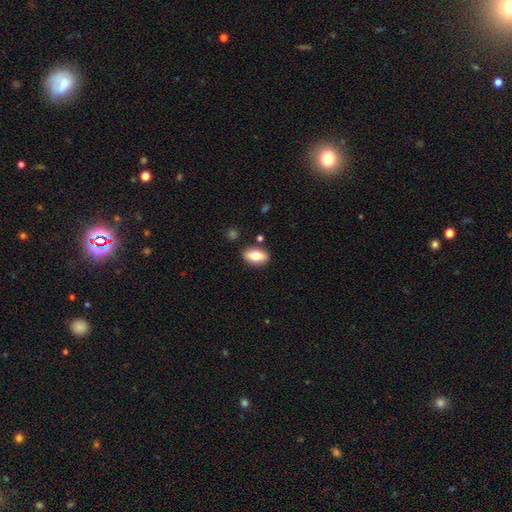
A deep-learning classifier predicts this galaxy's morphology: A smooth galaxy with no disk features (74%) that is in between round and cigar-shaped (88%). Merging: none (84%).